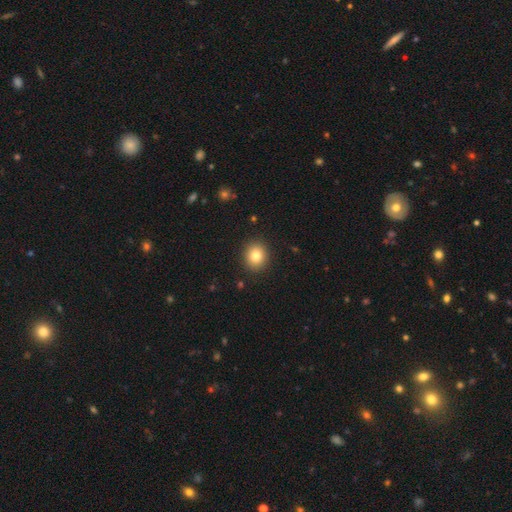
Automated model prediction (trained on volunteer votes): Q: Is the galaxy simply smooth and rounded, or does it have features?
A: smooth — 81%.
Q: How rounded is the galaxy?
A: round — 78%.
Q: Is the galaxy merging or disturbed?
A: none — 91%.